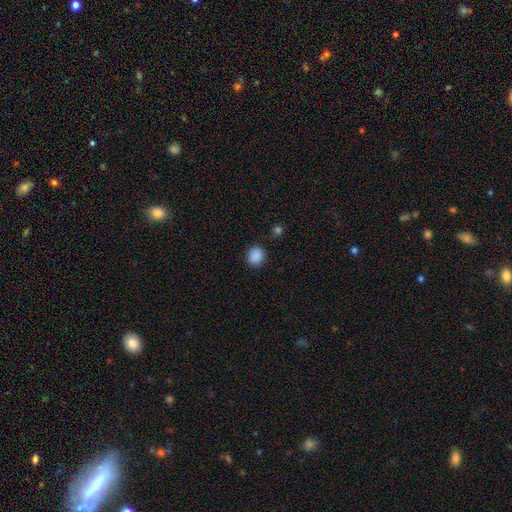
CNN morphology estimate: A smooth galaxy with no disk features (88%) that is round (73%).

Vote fractions:
- Smooth or featured? smooth: 88% / star or artifact: 10% / featured or disk: 3%
- How rounded? round: 73% / in between: 26% / cigar-shaped: 1%
- Merging? none: 85% / minor disturbance: 10% / major disturbance: 3% / merger: 2%